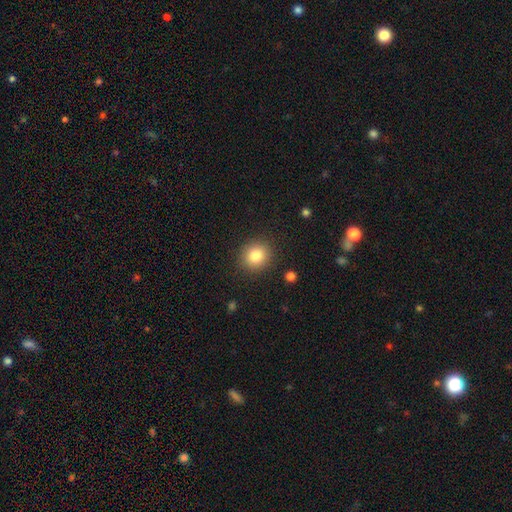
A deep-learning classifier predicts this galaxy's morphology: A smooth galaxy with no disk features (83%) that is round (85%).

Vote fractions:
- Smooth or featured? smooth: 83% / star or artifact: 10% / featured or disk: 7%
- How rounded? round: 85% / in between: 14% / cigar-shaped: 1%
- Merging? none: 89% / minor disturbance: 7% / major disturbance: 3% / merger: 1%